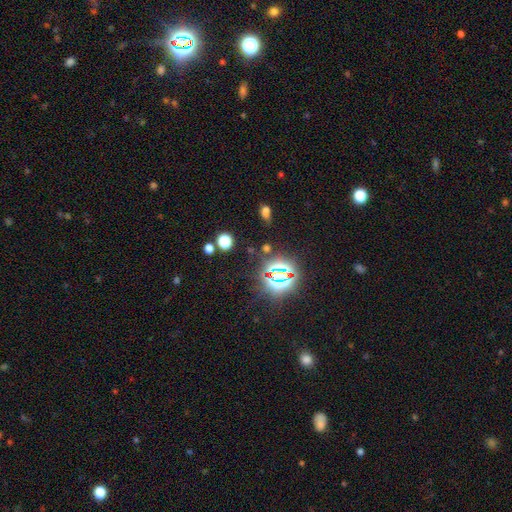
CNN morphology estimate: Q: Smooth or featured?
A: star or artifact (80%); runner-up: smooth (13%)